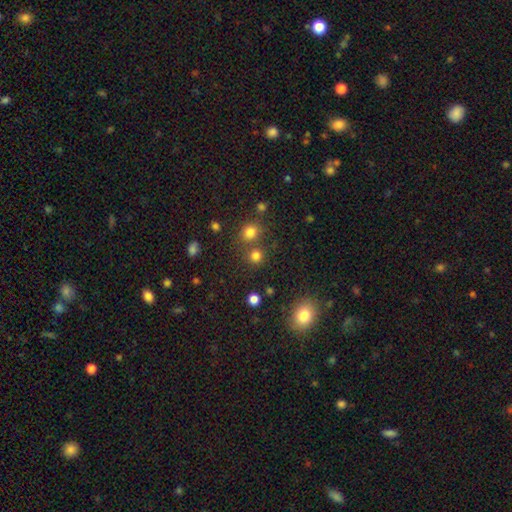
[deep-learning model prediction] smooth_or_featured: smooth (p=0.77) [alt: star or artifact p=0.18]
how_rounded: round (p=0.88) [alt: in between p=0.11]
merging: none (p=0.68) [alt: merger p=0.22]